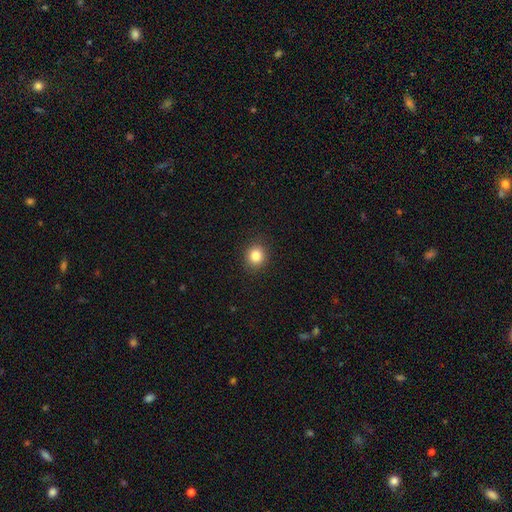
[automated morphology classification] smooth_or_featured: smooth (p=0.84) [alt: star or artifact p=0.11]
how_rounded: round (p=0.86) [alt: in between p=0.13]
merging: none (p=0.91) [alt: minor disturbance p=0.06]